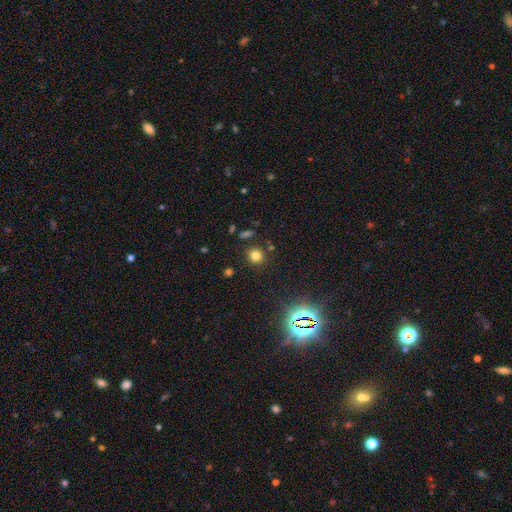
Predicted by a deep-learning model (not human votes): Smooth or featured? smooth (74%)
How rounded? round (89%)
Merging? none (86%)